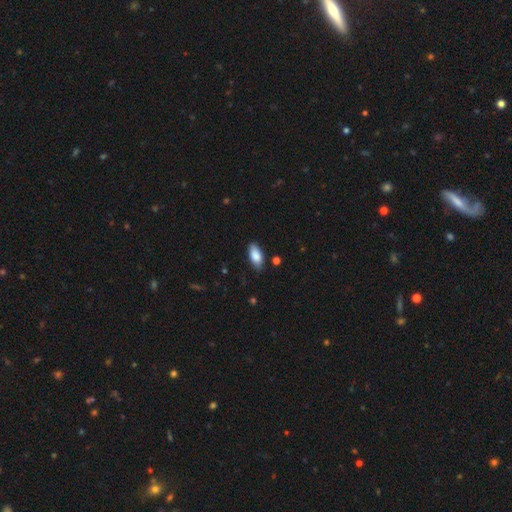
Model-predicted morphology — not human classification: Smooth or featured?
  - smooth: 85% *
  - featured or disk: 8%
  - star or artifact: 7%
How rounded?
  - in between: 88% *
  - cigar-shaped: 10%
  - round: 2%
Merging?
  - none: 81% *
  - minor disturbance: 14%
  - major disturbance: 3%
  - merger: 2%